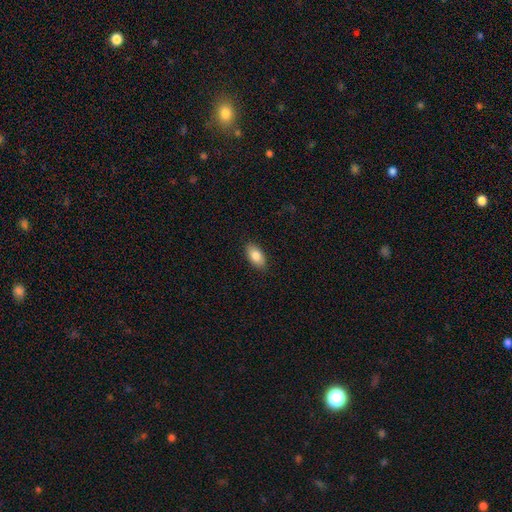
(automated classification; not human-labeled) smooth-or-featured: smooth: 83% | featured or disk: 10% | star or artifact: 7%
  how-rounded: in between: 92% | cigar-shaped: 5% | round: 3%
  merging: none: 88% | minor disturbance: 9% | major disturbance: 2% | merger: 1%